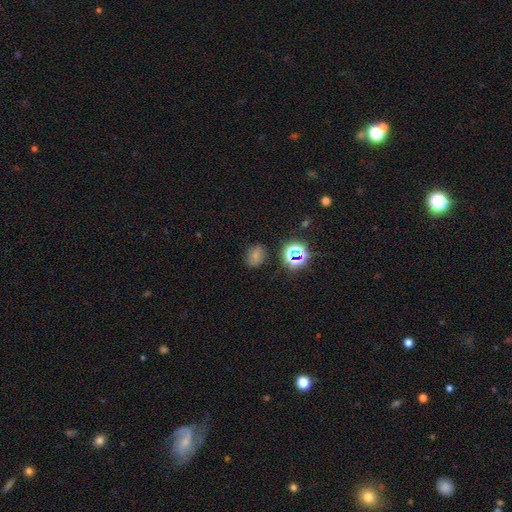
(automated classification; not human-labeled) This appears to be a smooth galaxy with no disk features (63%) that is round (55%). Merging: none (78%).